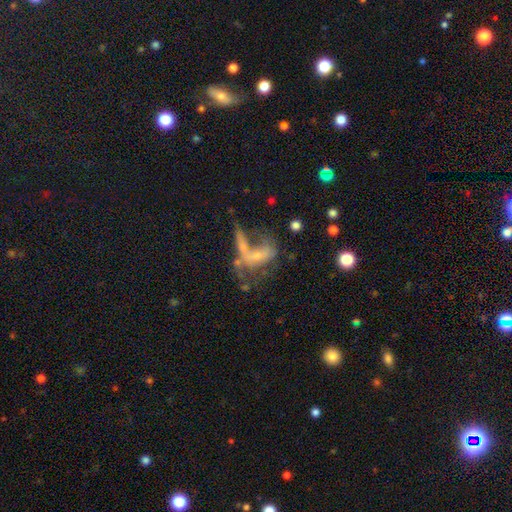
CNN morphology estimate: A featured or disk galaxy (55%) with no bar (73%), no spiral arms (66%) and a small central bulge (51%).

Vote fractions:
- Smooth or featured? featured or disk: 55% / smooth: 29% / star or artifact: 16%
- Edge-on disk? no: 92% / yes: 8%
- Bar? no: 73% / weak: 19% / strong: 8%
- Spiral arms? no: 66% / yes: 34%
- Bulge size? small: 51% / none: 28% / moderate: 17% / large: 2% / dominant: 2%
- Merging? major disturbance: 35% / merger: 34% / none: 20% / minor disturbance: 11%